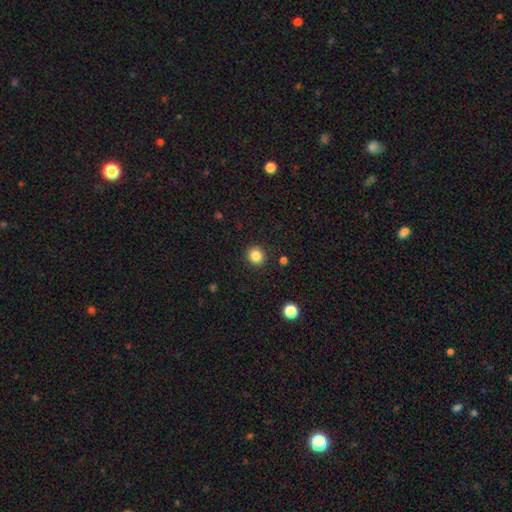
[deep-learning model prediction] A smooth galaxy with no disk features (85%) that is round (83%).

Vote fractions:
- Smooth or featured? smooth: 85% / star or artifact: 11% / featured or disk: 5%
- How rounded? round: 83% / in between: 16% / cigar-shaped: 1%
- Merging? none: 91% / minor disturbance: 6% / major disturbance: 2% / merger: 1%